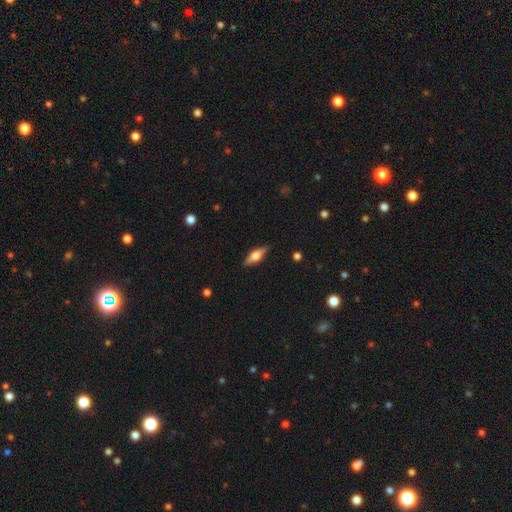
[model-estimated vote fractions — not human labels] The model was most divided on "smooth or featured": featured or disk: 55%, smooth: 39%, star or artifact: 6%. More confident: edge-on disk — yes (94%); edge-on bulge — rounded (92%); merging — none (88%).